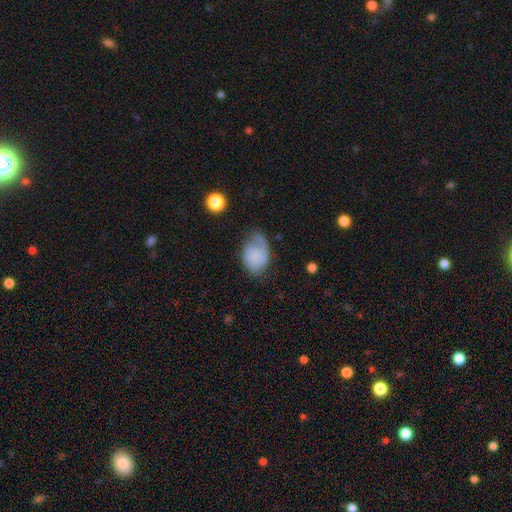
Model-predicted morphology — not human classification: Q: Smooth or featured?
A: smooth (54%); runner-up: featured or disk (38%)
Q: How rounded?
A: in between (83%); runner-up: round (15%)
Q: Merging?
A: none (42%); runner-up: minor disturbance (35%)